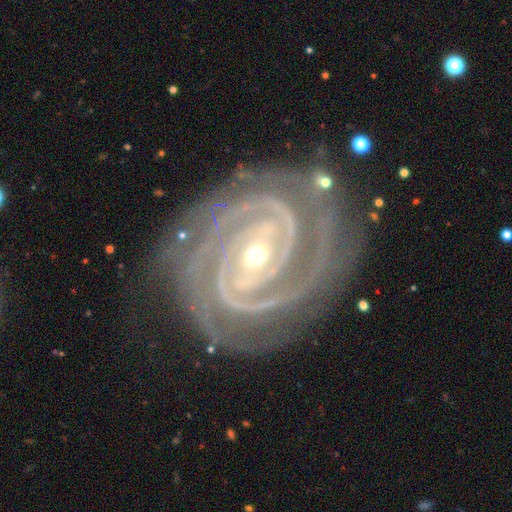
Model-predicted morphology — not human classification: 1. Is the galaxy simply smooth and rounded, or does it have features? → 94% featured or disk, 4% star or artifact, 2% smooth.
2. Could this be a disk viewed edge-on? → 98% no, 2% yes.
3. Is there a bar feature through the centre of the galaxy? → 43% strong, 29% weak, 27% no.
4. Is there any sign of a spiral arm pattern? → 99% yes, 1% no.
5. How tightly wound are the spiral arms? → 87% tight, 12% medium, 1% loose.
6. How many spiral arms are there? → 59% 2, 18% 3, 8% 4, 6% can't tell, 5% more than 4, 4% 1.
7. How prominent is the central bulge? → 66% small, 31% moderate, 1% large, 1% none, 1% dominant.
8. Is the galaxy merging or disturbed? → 80% none, 13% minor disturbance, 5% major disturbance, 2% merger.